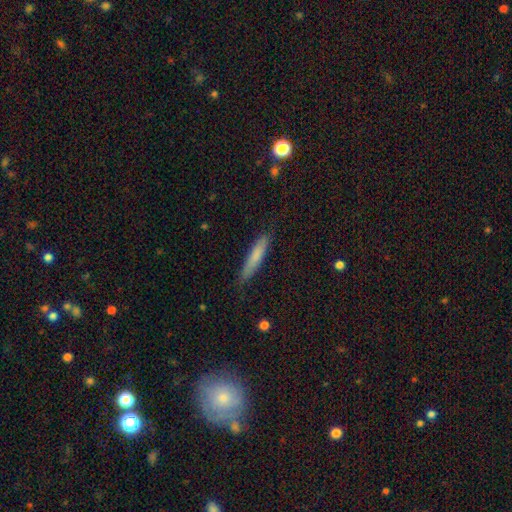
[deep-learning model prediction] Overall: smooth (76%). How rounded: cigar-shaped (89%). Merging: none (82%).